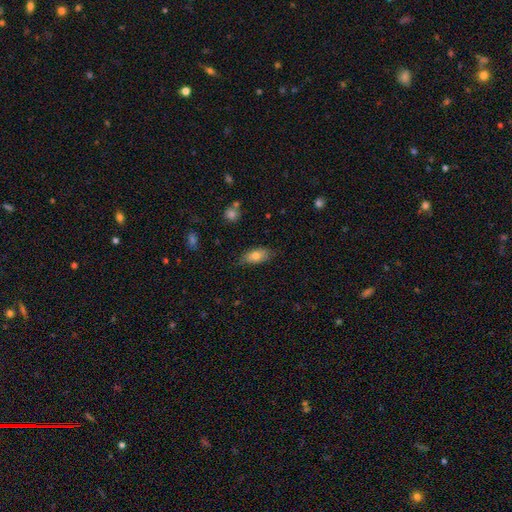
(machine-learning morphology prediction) Smooth or featured?
  - smooth: 76% *
  - featured or disk: 17%
  - star or artifact: 7%
How rounded?
  - in between: 86% *
  - cigar-shaped: 10%
  - round: 4%
Merging?
  - none: 76% *
  - minor disturbance: 19%
  - major disturbance: 3%
  - merger: 1%